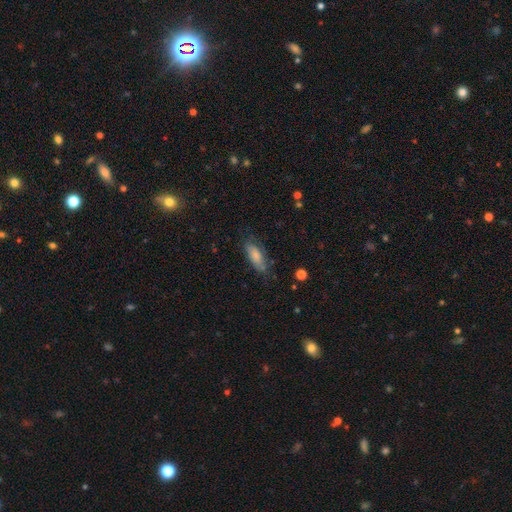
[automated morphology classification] Q: Smooth or featured?
A: smooth (74%); runner-up: featured or disk (19%)
Q: How rounded?
A: in between (74%); runner-up: cigar-shaped (24%)
Q: Merging?
A: none (63%); runner-up: minor disturbance (26%)